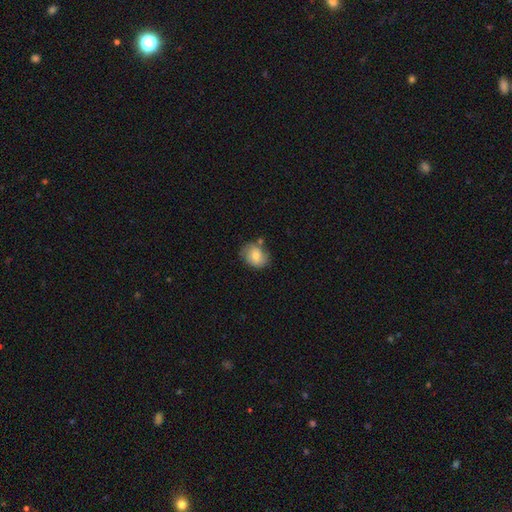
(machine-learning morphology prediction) smooth-or-featured: smooth: 71% | featured or disk: 21% | star or artifact: 8%
  how-rounded: in between: 51% | round: 48% | cigar-shaped: 1%
  merging: none: 67% | minor disturbance: 20% | merger: 9% | major disturbance: 4%